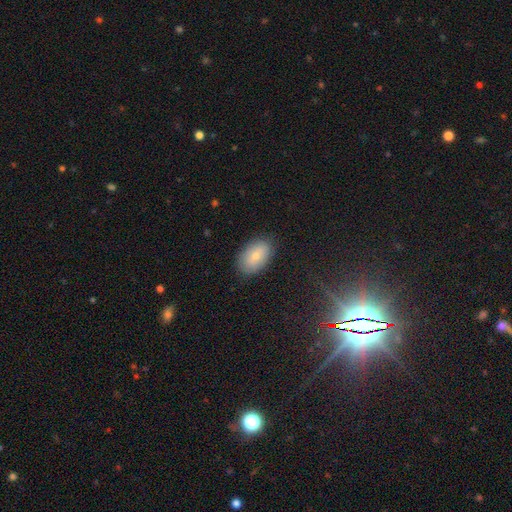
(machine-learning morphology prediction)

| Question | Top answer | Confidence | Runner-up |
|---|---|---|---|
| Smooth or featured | smooth | 76% | featured or disk (16%) |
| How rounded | in between | 90% | round (9%) |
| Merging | none | 85% | minor disturbance (12%) |